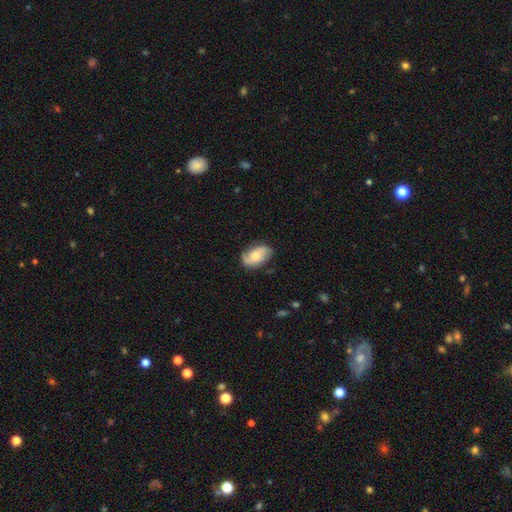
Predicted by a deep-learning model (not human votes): This appears to be a featured or disk galaxy (53%) with no bar (68%), spiral arms (90%) and a moderate central bulge (47%). Merging: none (73%).